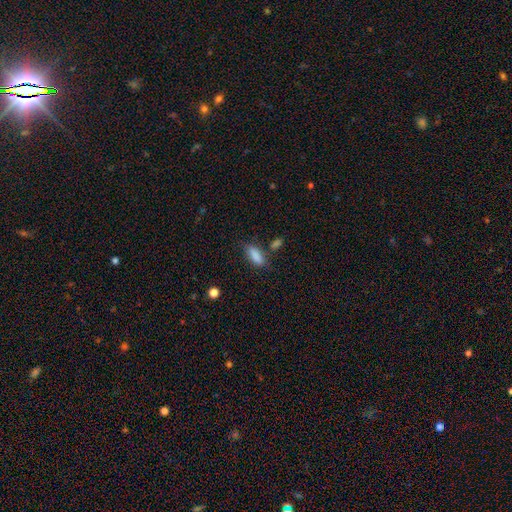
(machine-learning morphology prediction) smooth-or-featured: smooth: 87% | star or artifact: 8% | featured or disk: 6%
  how-rounded: in between: 74% | cigar-shaped: 23% | round: 3%
  merging: none: 71% | minor disturbance: 18% | merger: 7% | major disturbance: 5%